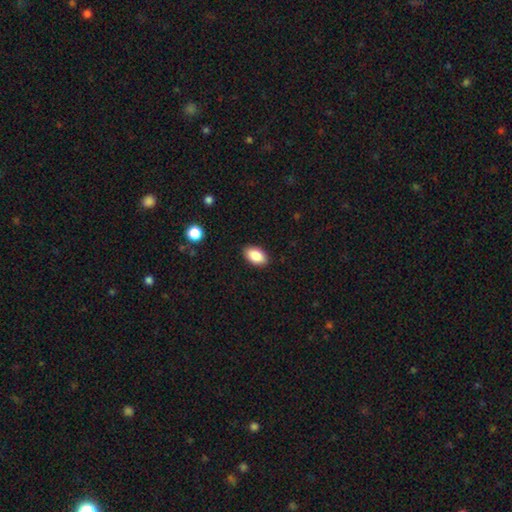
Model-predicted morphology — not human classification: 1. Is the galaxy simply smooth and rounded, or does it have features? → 88% smooth, 7% star or artifact, 5% featured or disk.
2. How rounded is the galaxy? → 93% in between, 5% round, 1% cigar-shaped.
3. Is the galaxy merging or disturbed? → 89% none, 8% minor disturbance, 2% major disturbance, 1% merger.